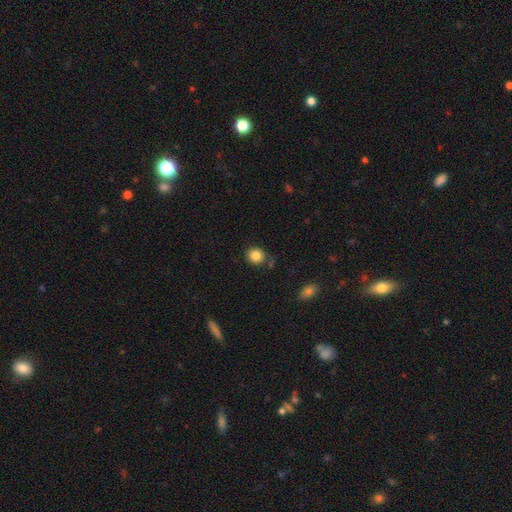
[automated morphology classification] A smooth galaxy with no disk features (84%) that is round (85%).

Vote fractions:
- Smooth or featured? smooth: 84% / star or artifact: 10% / featured or disk: 6%
- How rounded? round: 85% / in between: 14% / cigar-shaped: 1%
- Merging? none: 80% / minor disturbance: 12% / merger: 5% / major disturbance: 3%